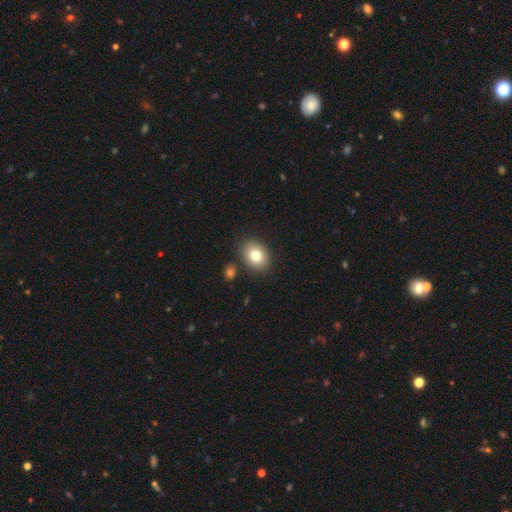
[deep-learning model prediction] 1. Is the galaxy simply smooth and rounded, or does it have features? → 79% smooth, 12% featured or disk, 9% star or artifact.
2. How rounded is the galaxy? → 59% in between, 40% round, 1% cigar-shaped.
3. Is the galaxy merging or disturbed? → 83% none, 9% minor disturbance, 5% merger, 3% major disturbance.